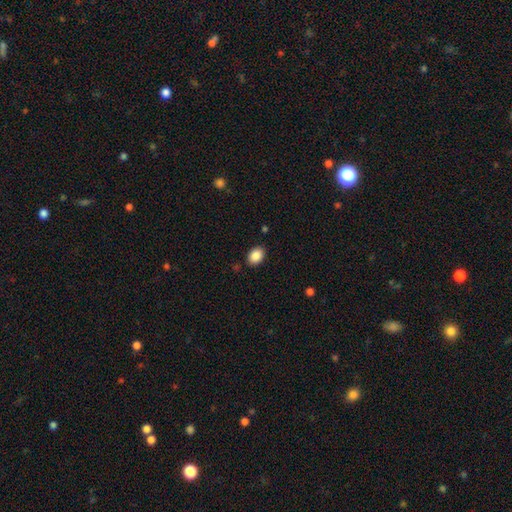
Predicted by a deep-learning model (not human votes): smooth 89%, star or artifact 8%, featured or disk 3%. Down the decision tree: how rounded — in between (75%); merging — none (87%).